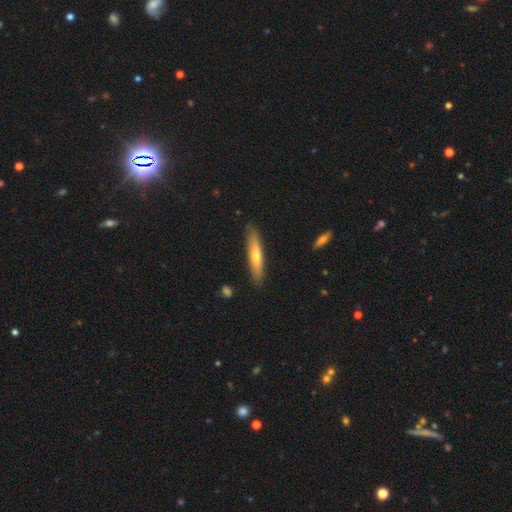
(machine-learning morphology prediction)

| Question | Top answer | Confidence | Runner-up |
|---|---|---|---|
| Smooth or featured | smooth | 59% | featured or disk (35%) |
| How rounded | cigar-shaped | 86% | in between (13%) |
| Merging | none | 87% | minor disturbance (10%) |